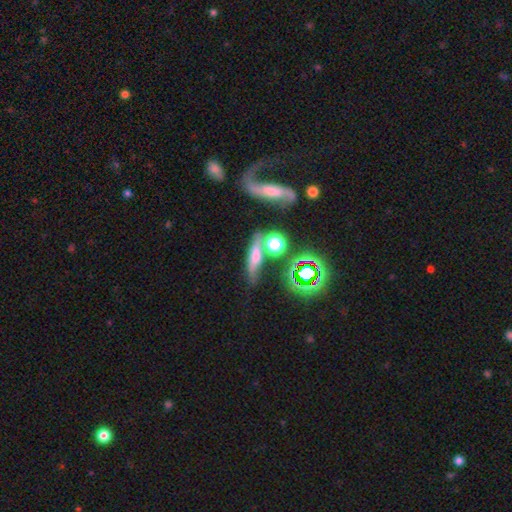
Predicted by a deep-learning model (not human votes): A smooth galaxy with no disk features (52%) that is cigar-shaped (57%).

Vote fractions:
- Smooth or featured? smooth: 52% / featured or disk: 29% / star or artifact: 19%
- How rounded? cigar-shaped: 57% / in between: 26% / round: 17%
- Merging? none: 57% / merger: 18% / minor disturbance: 16% / major disturbance: 8%